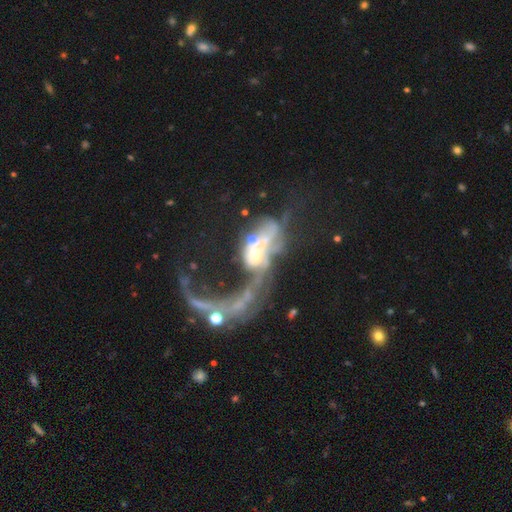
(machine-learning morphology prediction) Smooth or featured?
  - featured or disk: 62% *
  - smooth: 20%
  - star or artifact: 18%
Edge-on disk?
  - no: 93% *
  - yes: 7%
Bar?
  - no: 76% *
  - weak: 15%
  - strong: 9%
Spiral arms?
  - no: 63% *
  - yes: 37%
Bulge size?
  - moderate: 44% *
  - small: 23%
  - none: 16%
  - large: 13%
  - dominant: 4%
Merging?
  - merger: 63% *
  - major disturbance: 27%
  - none: 6%
  - minor disturbance: 4%